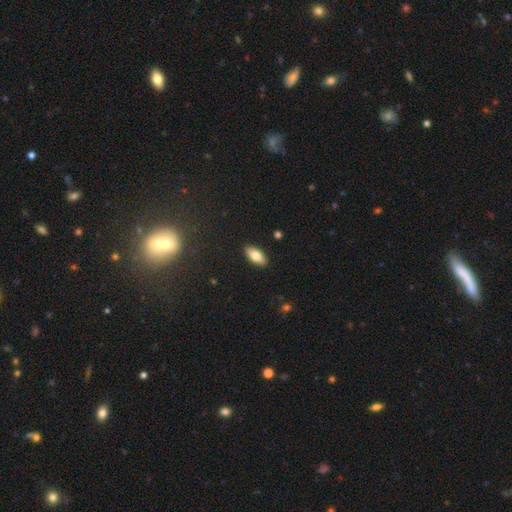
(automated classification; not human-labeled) Smooth or featured? Predicted: smooth (p=0.74). How rounded? Predicted: in between (p=0.86). Merging? Predicted: none (p=0.89).